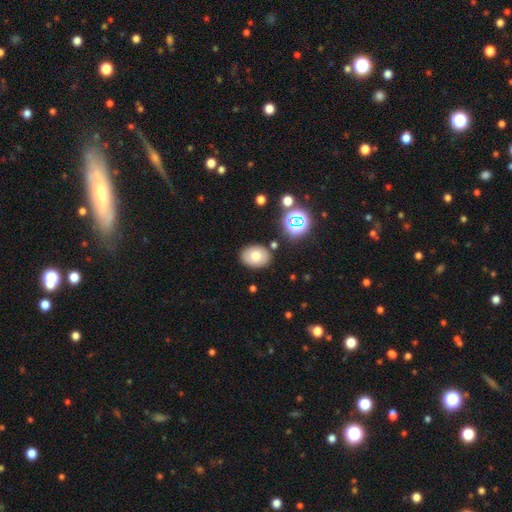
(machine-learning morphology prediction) Smooth or featured: smooth — 71% (featured or disk — 17%)
How rounded: in between — 67% (round — 32%)
Merging: none — 84% (minor disturbance — 10%)